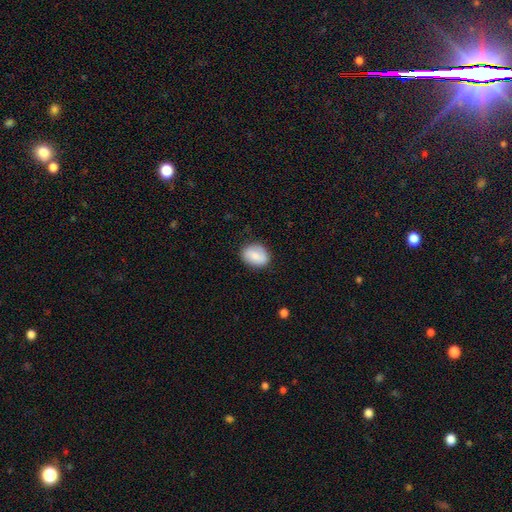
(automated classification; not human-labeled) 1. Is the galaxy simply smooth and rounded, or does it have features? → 77% smooth, 15% featured or disk, 7% star or artifact.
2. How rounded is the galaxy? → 66% in between, 33% round, 1% cigar-shaped.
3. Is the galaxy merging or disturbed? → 83% none, 13% minor disturbance, 3% major disturbance, 1% merger.